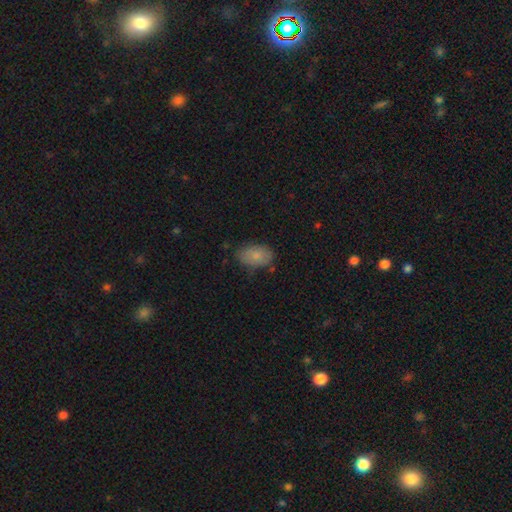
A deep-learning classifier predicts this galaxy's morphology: Smooth or featured?
  - smooth: 82% *
  - featured or disk: 11%
  - star or artifact: 7%
How rounded?
  - in between: 91% *
  - round: 7%
  - cigar-shaped: 1%
Merging?
  - none: 75% *
  - minor disturbance: 19%
  - major disturbance: 4%
  - merger: 2%